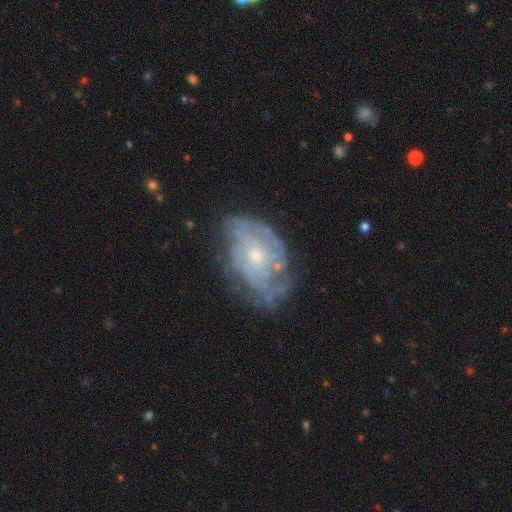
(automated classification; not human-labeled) This is likely a featured or disk galaxy (80%). It is clearly not viewed edge-on (96%). Bar: likely no (78%). Spiral arm pattern: clearly yes (81%). Spiral arm count: possibly can't tell (49%). Spiral winding: possibly tight (56%). Central bulge: likely small (62%). Merging: possibly none (58%).